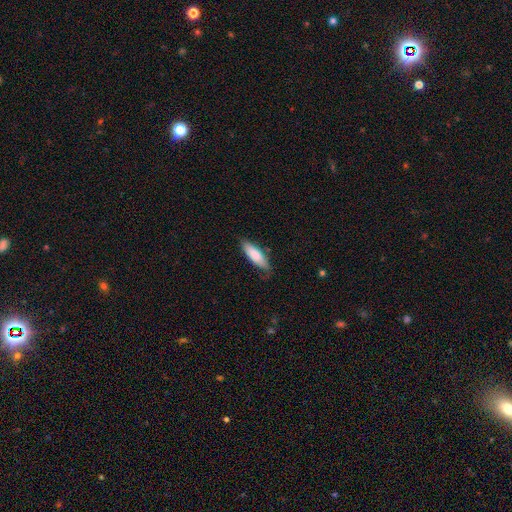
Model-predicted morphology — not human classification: Smooth or featured? Predicted: smooth (p=0.82). How rounded? Predicted: in between (p=0.51). Merging? Predicted: none (p=0.74).